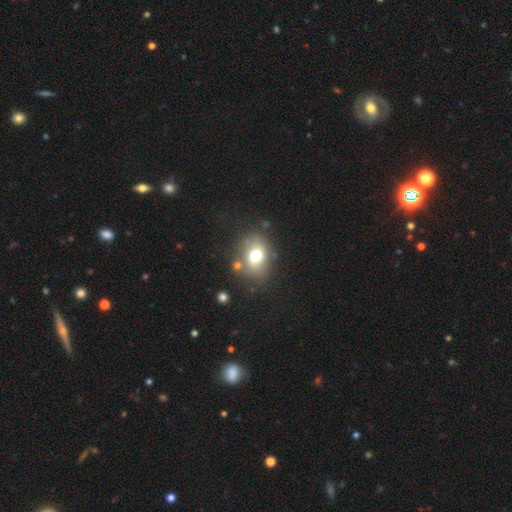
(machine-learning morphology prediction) Overall: smooth (69%). How rounded: in between (55%; round 43%). Merging: none (71%).